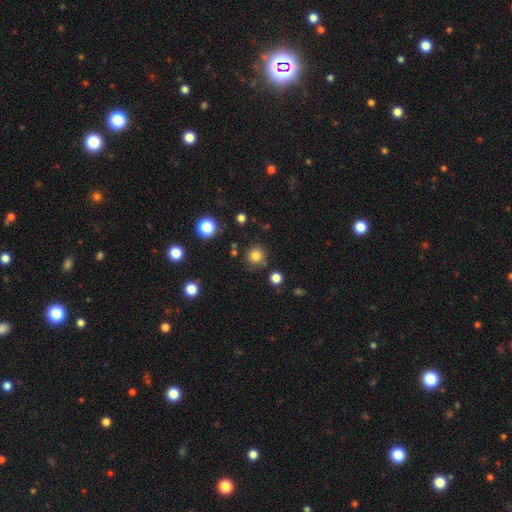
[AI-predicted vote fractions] This is clearly a smooth galaxy (81%). How rounded: clearly round (92%). Merging: clearly none (83%).